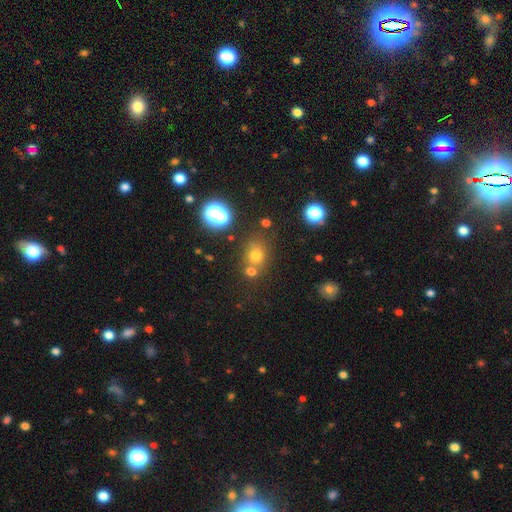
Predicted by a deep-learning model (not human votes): Smooth or featured? smooth (67%)
How rounded? round (73%)
Merging? none (67%)